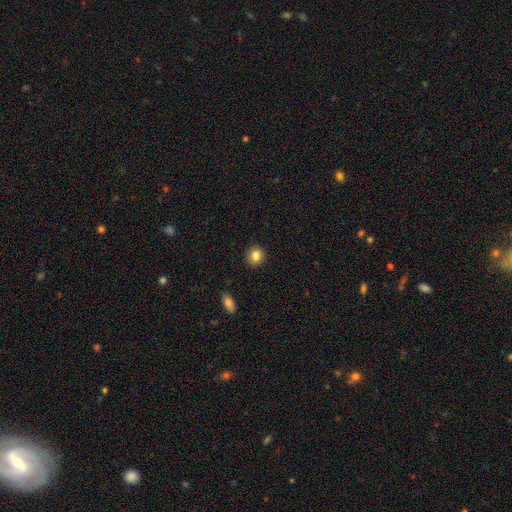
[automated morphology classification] A smooth galaxy with no disk features (84%) that is round (87%). Merging: none (91%).